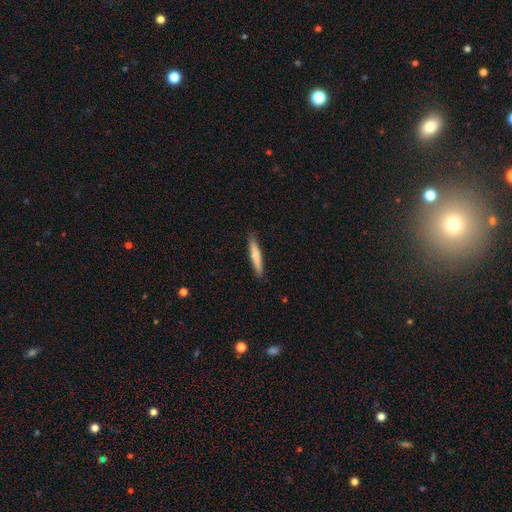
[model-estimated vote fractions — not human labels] This appears to be a smooth galaxy with no disk features (74%) that is cigar-shaped (93%). Merging: none (89%).